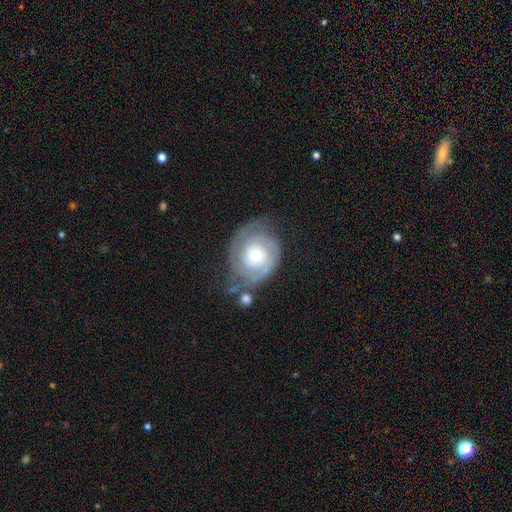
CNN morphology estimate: smooth-or-featured: featured or disk: 83% | smooth: 12% | star or artifact: 5%
  disk-edge-on: no: 97% | yes: 3%
    bar: no: 77% | weak: 19% | strong: 4%
    has-spiral-arms: yes: 95% | no: 5%
      spiral-winding: tight: 72% | medium: 22% | loose: 6%
      spiral-arm-count: 2: 53% | can't tell: 20% | 3: 14% | 1: 6% | 4: 4% | more than 4: 3%
    bulge-size: moderate: 51% | small: 40% | large: 6% | none: 1% | dominant: 1%
  merging: none: 60% | minor disturbance: 22% | major disturbance: 12% | merger: 6%